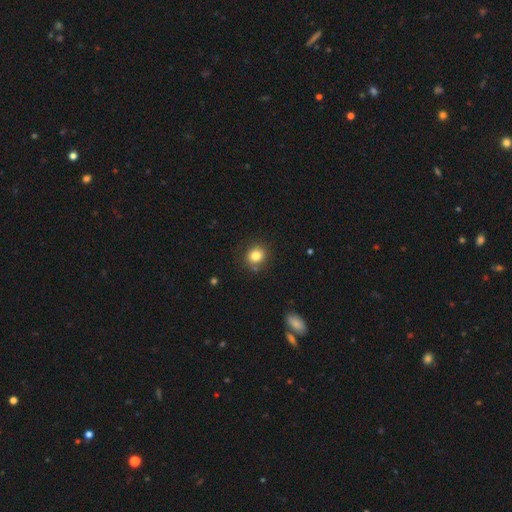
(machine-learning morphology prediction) Smooth or featured? smooth (82%)
How rounded? round (81%)
Merging? none (83%)